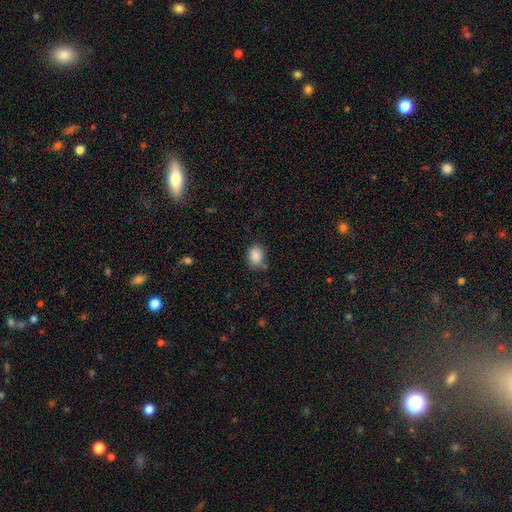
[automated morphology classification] Overall: smooth (87%). How rounded: round (52%; in between 47%). Merging: none (73%).